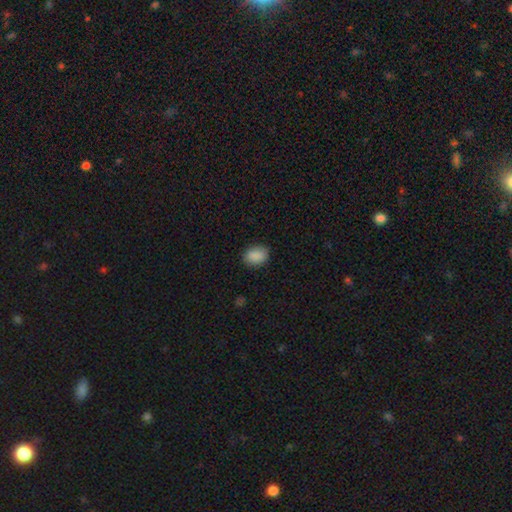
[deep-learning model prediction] Smooth or featured? smooth (89%)
How rounded? in between (66%)
Merging? none (86%)